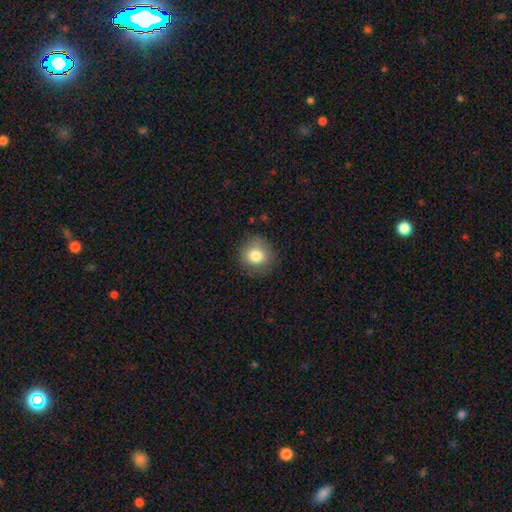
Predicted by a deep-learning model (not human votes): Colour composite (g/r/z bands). It shows a smooth galaxy with no disk features (80%) that is round (90%). Merging: none (84%).